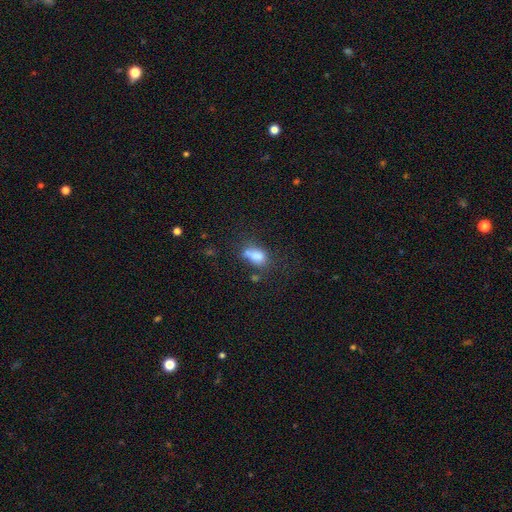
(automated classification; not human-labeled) smooth 73%, featured or disk 14%, star or artifact 12%. Down the decision tree: how rounded — in between (77%); merging — none (33%).